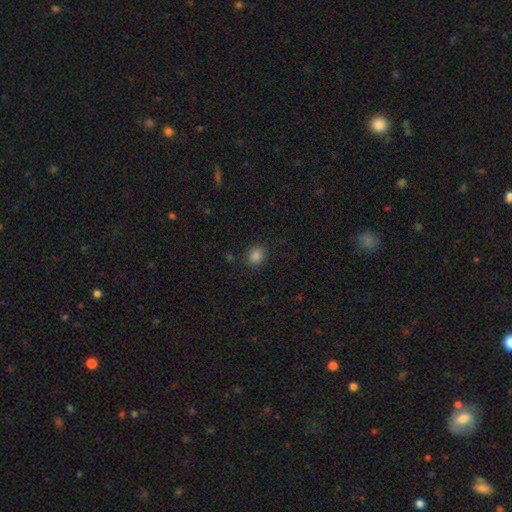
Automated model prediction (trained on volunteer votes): Q: Smooth or featured?
A: smooth (83%); runner-up: star or artifact (13%)
Q: How rounded?
A: round (66%); runner-up: in between (33%)
Q: Merging?
A: none (87%); runner-up: minor disturbance (9%)